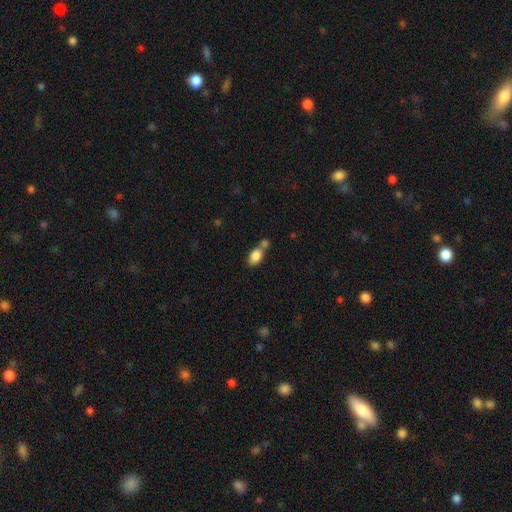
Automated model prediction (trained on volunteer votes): smooth_or_featured: smooth (p=0.85) [alt: star or artifact p=0.08]
how_rounded: in between (p=0.90) [alt: round p=0.07]
merging: none (p=0.43) [alt: merger p=0.41]